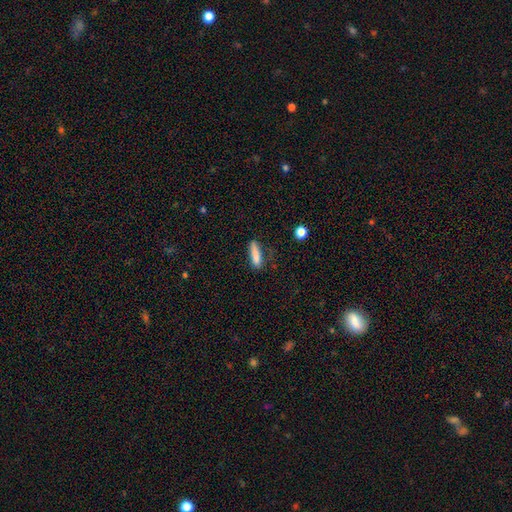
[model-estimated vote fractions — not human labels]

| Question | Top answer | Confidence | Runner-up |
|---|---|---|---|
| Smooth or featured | smooth | 83% | featured or disk (9%) |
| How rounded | cigar-shaped | 73% | in between (25%) |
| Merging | none | 64% | minor disturbance (25%) |